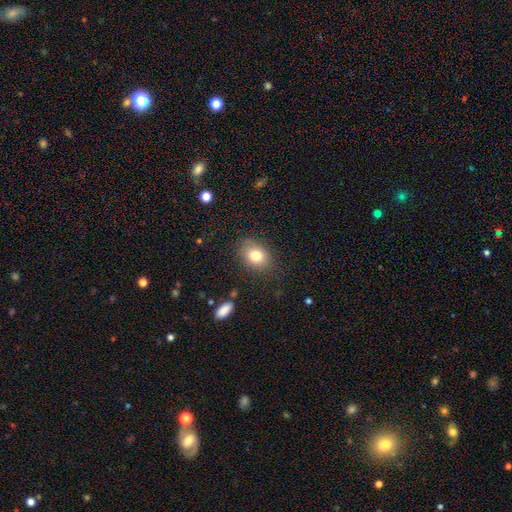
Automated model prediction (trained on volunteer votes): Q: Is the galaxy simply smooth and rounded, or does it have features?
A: smooth — 80%.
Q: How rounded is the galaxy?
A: in between — 69%.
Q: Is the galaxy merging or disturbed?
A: none — 80%.